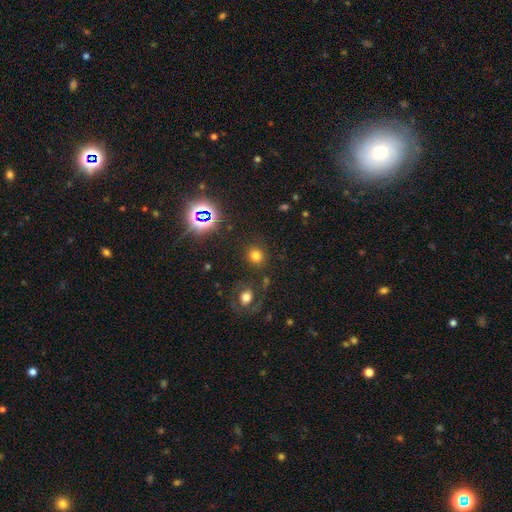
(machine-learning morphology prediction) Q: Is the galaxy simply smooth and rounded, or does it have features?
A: smooth — 71%.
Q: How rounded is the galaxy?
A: round — 81%.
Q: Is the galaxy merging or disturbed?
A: none — 83%.